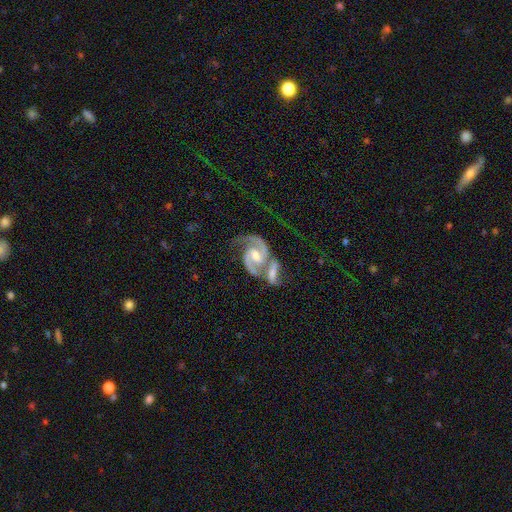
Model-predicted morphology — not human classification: Overall: featured or disk (91%). Edge-on disk: no (98%). Bar: weak (45%; no 33%). Spiral arms: yes (98%). Spiral arm count: 2 (90%). Spiral winding: medium (59%; tight 27%). Bulge size: moderate (57%; small 35%). Merging: merger (50%; none 29%).